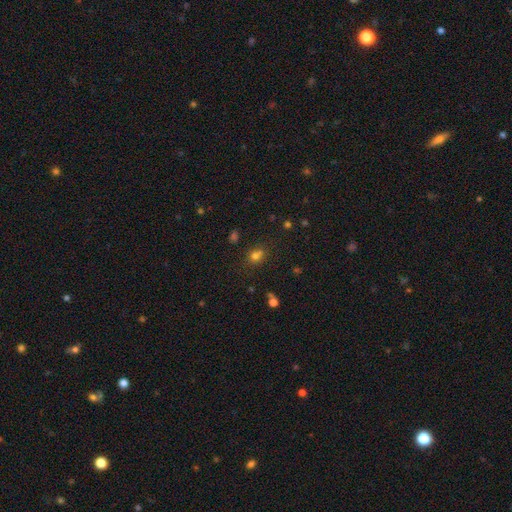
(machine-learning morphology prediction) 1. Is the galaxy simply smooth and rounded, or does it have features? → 72% smooth, 20% star or artifact, 8% featured or disk.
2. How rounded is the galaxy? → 57% round, 42% in between, 1% cigar-shaped.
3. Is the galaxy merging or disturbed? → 59% none, 20% merger, 15% minor disturbance, 6% major disturbance.